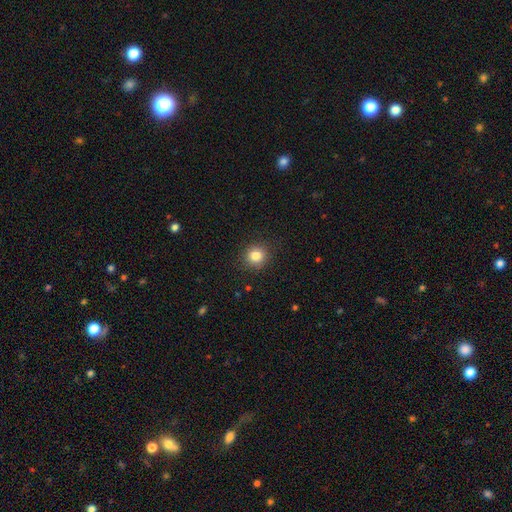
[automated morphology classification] A smooth galaxy with no disk features (83%) that is round (87%). Merging: none (90%).